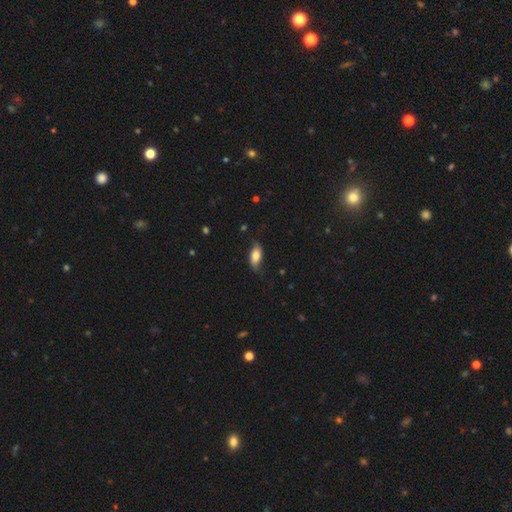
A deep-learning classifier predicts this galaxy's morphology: Q: Smooth or featured?
A: smooth (72%); runner-up: featured or disk (21%)
Q: How rounded?
A: in between (86%); runner-up: cigar-shaped (10%)
Q: Merging?
A: none (66%); runner-up: minor disturbance (26%)